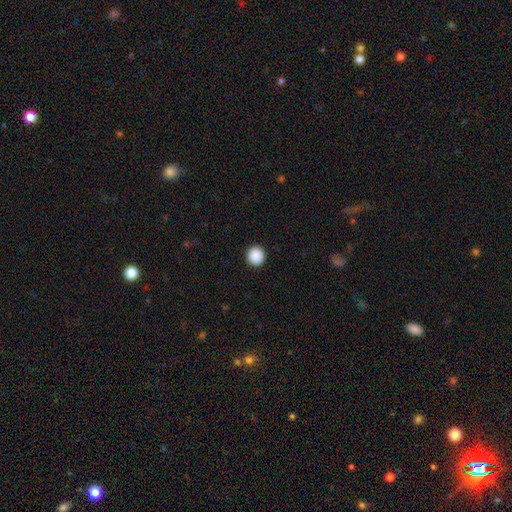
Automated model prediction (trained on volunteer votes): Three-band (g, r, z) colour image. It shows a smooth galaxy with no disk features (90%) that is round (95%). Merging: none (94%).